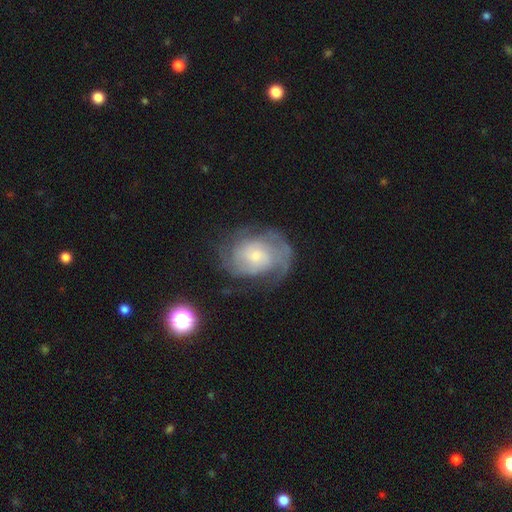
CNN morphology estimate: This is likely a featured or disk galaxy (78%). It is clearly not viewed edge-on (97%). Bar: likely no (68%). Spiral arm pattern: clearly yes (92%). Spiral arm count: marginally 2 (36%). Spiral winding: possibly tight (51%). Central bulge: likely small (62%). Merging: likely none (61%).